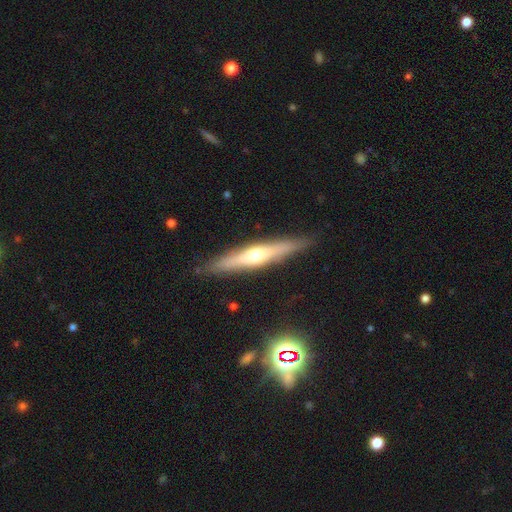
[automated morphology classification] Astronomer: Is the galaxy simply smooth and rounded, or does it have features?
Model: featured or disk — 60%.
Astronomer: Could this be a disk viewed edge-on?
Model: yes — 93%.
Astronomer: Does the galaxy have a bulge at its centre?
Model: rounded — 85%.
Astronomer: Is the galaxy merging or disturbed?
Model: none — 88%.